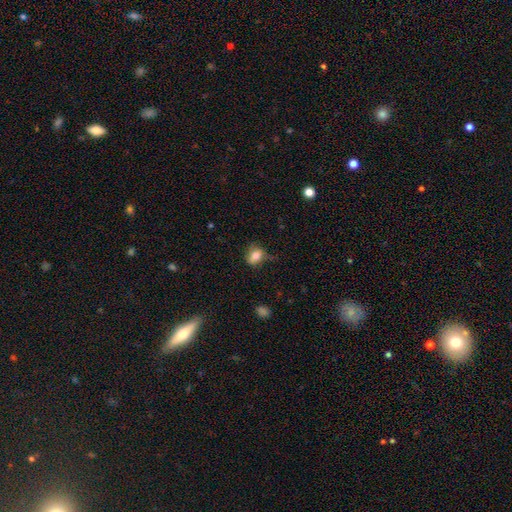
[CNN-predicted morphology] A smooth galaxy with no disk features (76%) that is in between round and cigar-shaped (52%). Merging: none (53%).